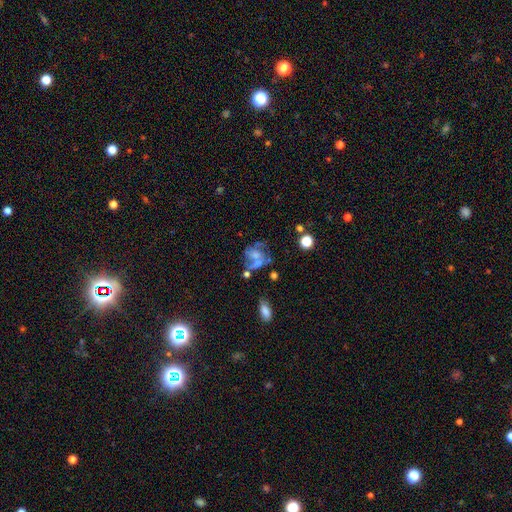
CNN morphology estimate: type=featured or disk (57%); edge-on=no (97%); bar=no (73%); spiral arms=yes (52%); bulge=moderate (31%, tied with none); merging=none (31%).